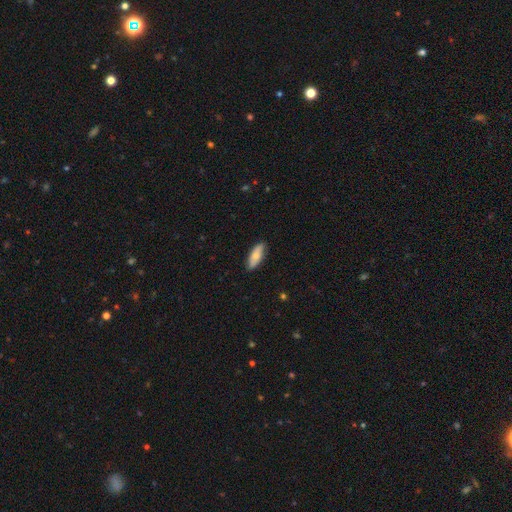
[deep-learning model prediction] Smooth or featured? Predicted: smooth (p=0.73). How rounded? Predicted: in between (p=0.67). Merging? Predicted: none (p=0.86).